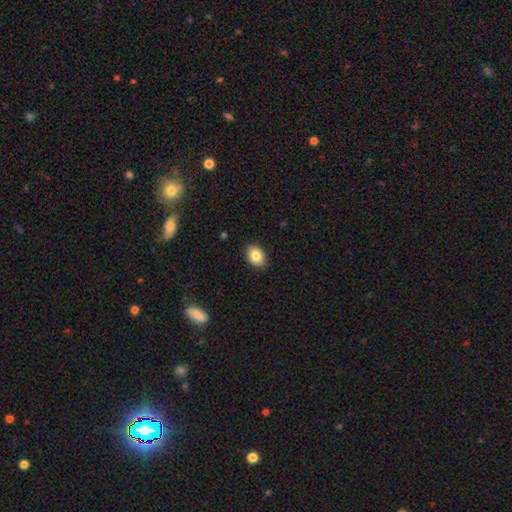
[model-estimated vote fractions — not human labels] Smooth or featured? Predicted: smooth (p=0.86). How rounded? Predicted: in between (p=0.75). Merging? Predicted: none (p=0.90).